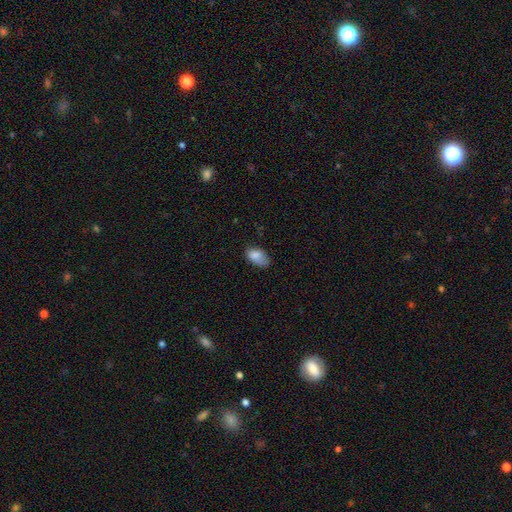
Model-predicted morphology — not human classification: Smooth or featured: smooth — 83% (featured or disk — 9%)
How rounded: in between — 91% (round — 7%)
Merging: none — 51% (minor disturbance — 35%)